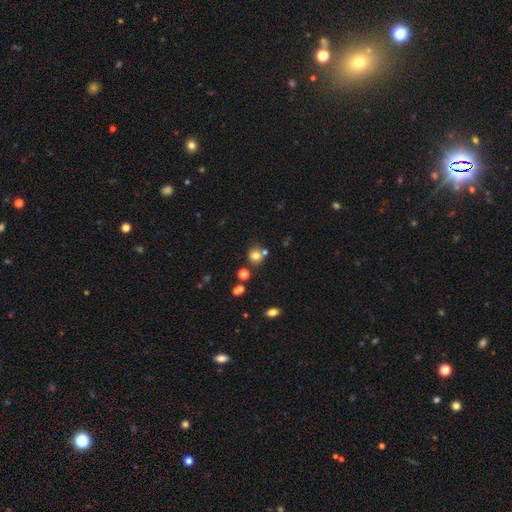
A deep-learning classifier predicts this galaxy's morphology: Overall: smooth (76%). How rounded: round (84%). Merging: none (64%).